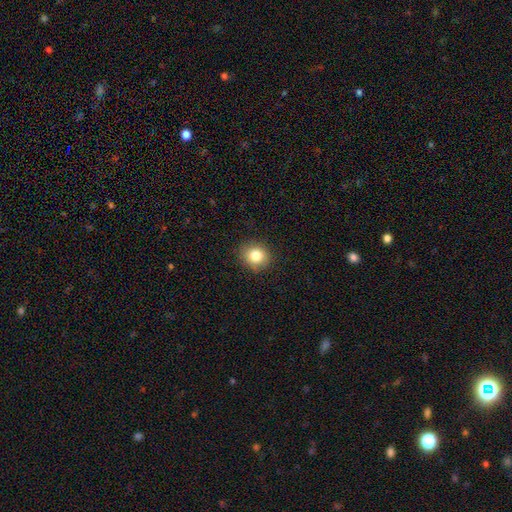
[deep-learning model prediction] Q: Smooth or featured?
A: smooth (82%); runner-up: star or artifact (10%)
Q: How rounded?
A: round (82%); runner-up: in between (17%)
Q: Merging?
A: none (89%); runner-up: minor disturbance (8%)